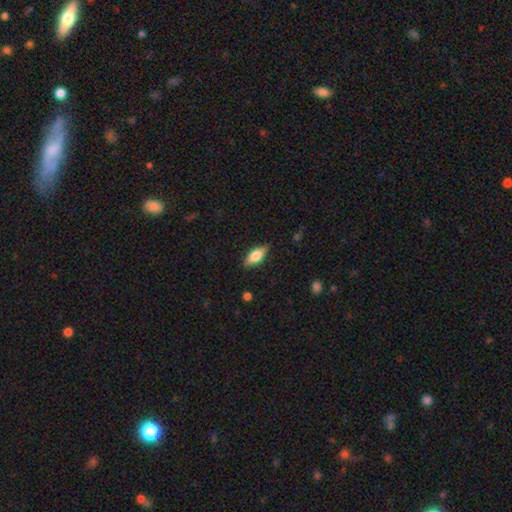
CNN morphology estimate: A smooth galaxy with no disk features (69%) that is in between round and cigar-shaped (80%).

Vote fractions:
- Smooth or featured? smooth: 69% / featured or disk: 24% / star or artifact: 7%
- How rounded? in between: 80% / cigar-shaped: 17% / round: 3%
- Merging? none: 85% / minor disturbance: 11% / major disturbance: 2% / merger: 1%